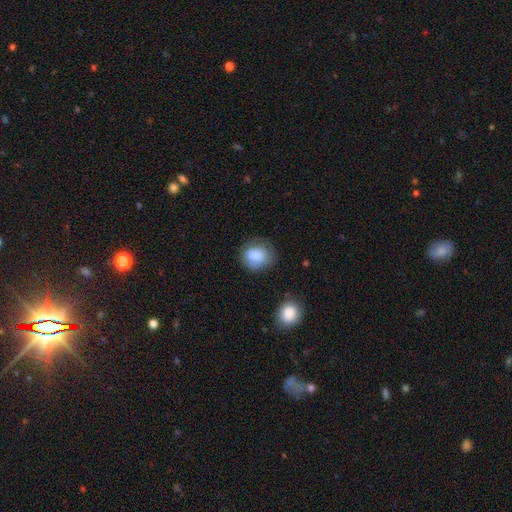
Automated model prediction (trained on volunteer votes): smooth_or_featured: smooth (p=0.85) [alt: star or artifact p=0.08]
how_rounded: round (p=0.73) [alt: in between p=0.27]
merging: none (p=0.70) [alt: minor disturbance p=0.21]